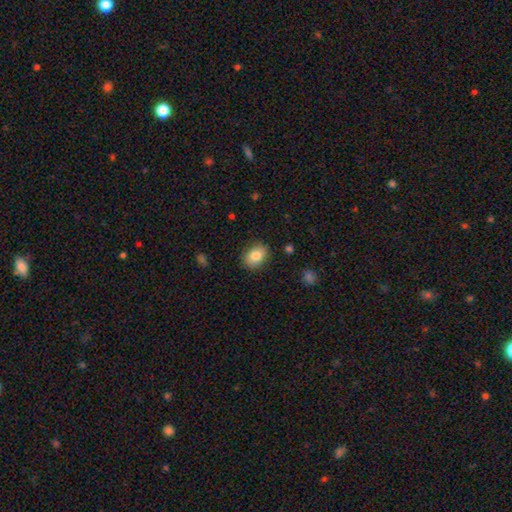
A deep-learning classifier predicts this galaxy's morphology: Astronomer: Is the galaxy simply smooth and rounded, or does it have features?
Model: smooth — 83%.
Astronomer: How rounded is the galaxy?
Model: in between — 73%.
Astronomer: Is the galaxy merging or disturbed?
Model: none — 85%.